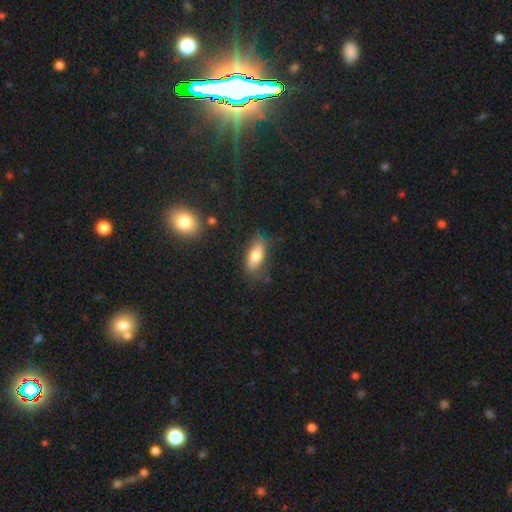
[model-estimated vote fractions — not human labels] A smooth galaxy with no disk features (74%) that is in between round and cigar-shaped (75%). Merging: none (71%).